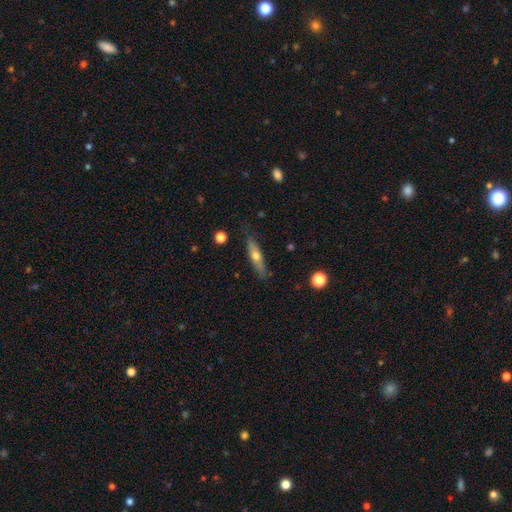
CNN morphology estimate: Smooth or featured: smooth — 51% (featured or disk — 43%)
How rounded: cigar-shaped — 76% (in between — 22%)
Merging: none — 82% (minor disturbance — 14%)